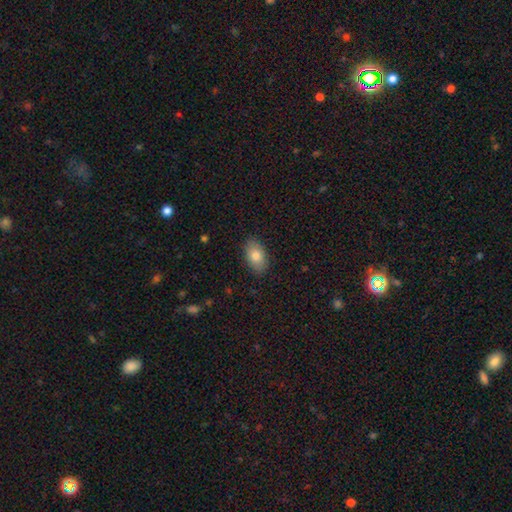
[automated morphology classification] Smooth or featured: smooth — 79% (featured or disk — 13%)
How rounded: in between — 90% (round — 8%)
Merging: none — 87% (minor disturbance — 10%)